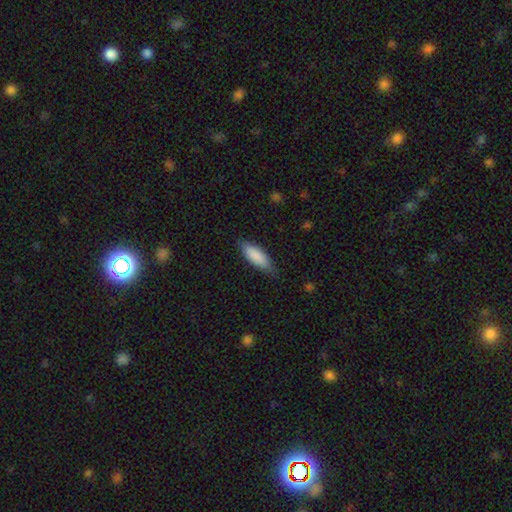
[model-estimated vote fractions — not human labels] This appears to be a smooth galaxy with no disk features (87%) that is in between round and cigar-shaped (66%). Merging: none (78%).